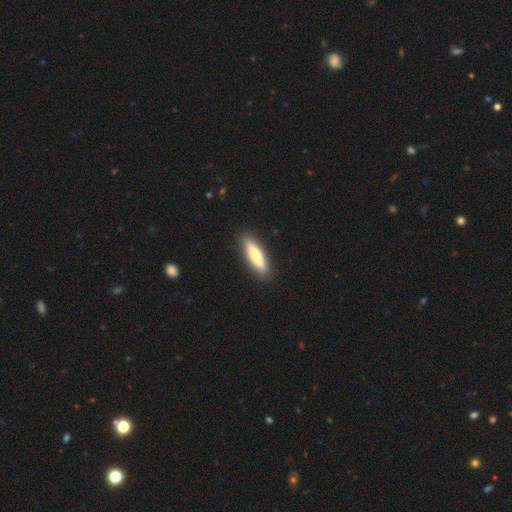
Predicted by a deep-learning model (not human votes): Smooth or featured? smooth (62%)
How rounded? cigar-shaped (72%)
Merging? none (90%)